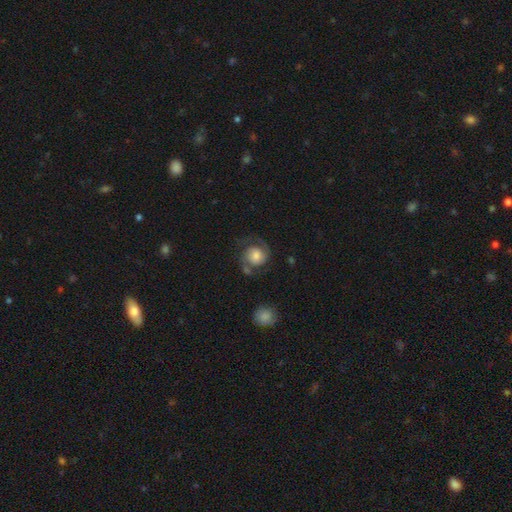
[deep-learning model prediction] Q: Smooth or featured?
A: featured or disk (65%); runner-up: smooth (27%)
Q: Edge-on disk?
A: no (98%); runner-up: yes (2%)
Q: Bar?
A: no (75%); runner-up: weak (21%)
Q: Spiral arms?
A: yes (93%); runner-up: no (7%)
Q: Spiral winding?
A: medium (45%); runner-up: tight (31%)
Q: Spiral arm count?
A: 2 (85%); runner-up: 1 (7%)
Q: Bulge size?
A: moderate (36%); runner-up: large (29%)
Q: Merging?
A: none (60%); runner-up: minor disturbance (18%)